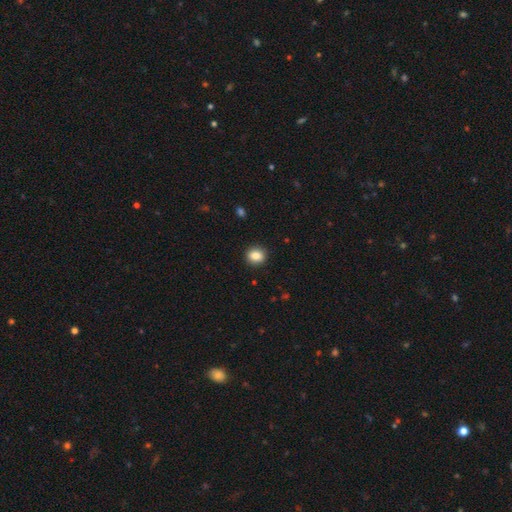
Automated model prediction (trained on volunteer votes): Q: Smooth or featured?
A: smooth (85%); runner-up: star or artifact (9%)
Q: How rounded?
A: round (76%); runner-up: in between (23%)
Q: Merging?
A: none (92%); runner-up: minor disturbance (6%)